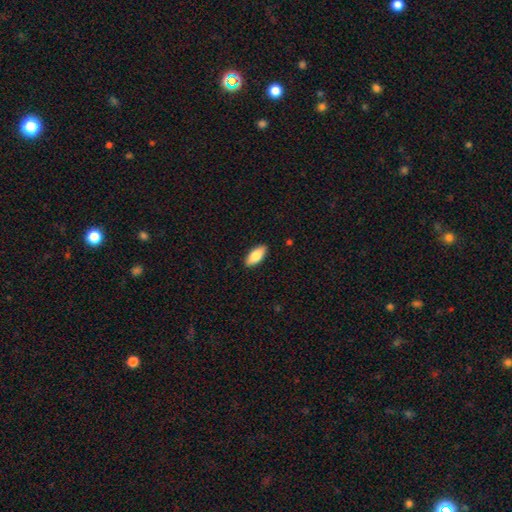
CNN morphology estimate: smooth 80%, featured or disk 14%, star or artifact 6%. Down the decision tree: how rounded — in between (84%); merging — none (90%).